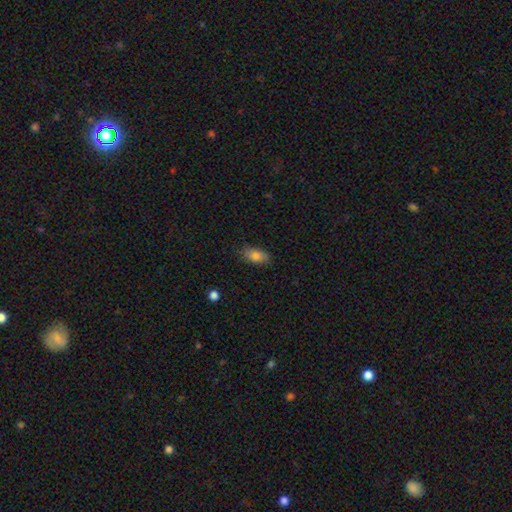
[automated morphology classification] type=smooth (83%); roundness=in between (89%); merging=none (81%).